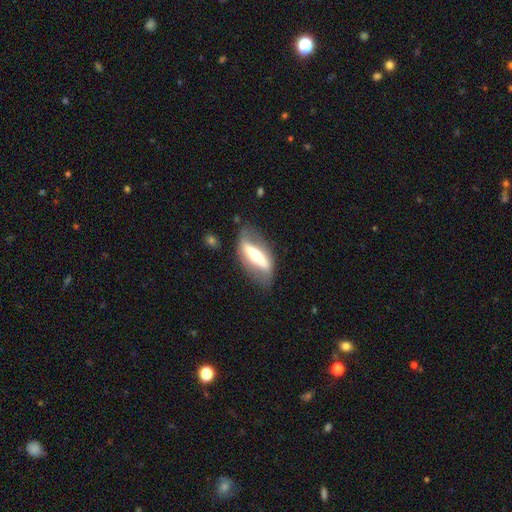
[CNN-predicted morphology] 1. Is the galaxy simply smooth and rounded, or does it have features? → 67% featured or disk, 28% smooth, 6% star or artifact.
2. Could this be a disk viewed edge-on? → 50% yes (tied), 50% no (tied).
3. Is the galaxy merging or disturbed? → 66% none, 19% minor disturbance, 12% major disturbance, 2% merger.